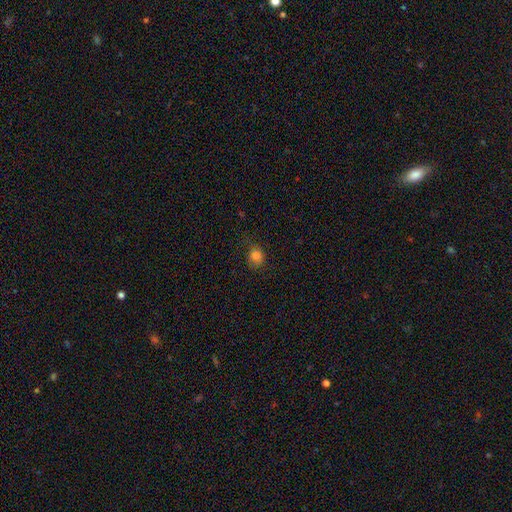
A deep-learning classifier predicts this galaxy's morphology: smooth 81%, star or artifact 13%, featured or disk 6%. Down the decision tree: how rounded — round (61%); merging — none (58%).